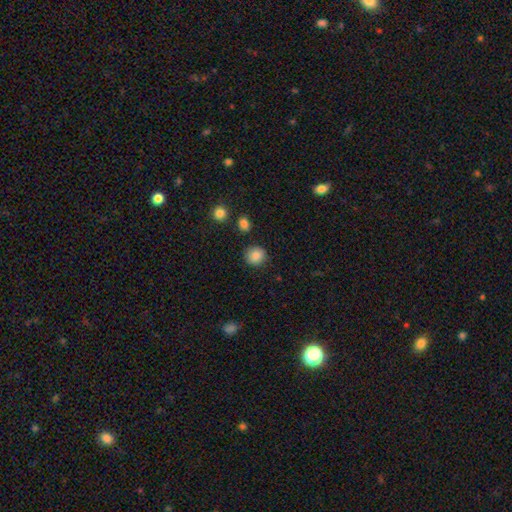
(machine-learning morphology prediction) A smooth galaxy with no disk features (87%) that is round (90%).

Vote fractions:
- Smooth or featured? smooth: 87% / star or artifact: 9% / featured or disk: 4%
- How rounded? round: 90% / in between: 9% / cigar-shaped: 1%
- Merging? none: 88% / minor disturbance: 8% / major disturbance: 2% / merger: 2%